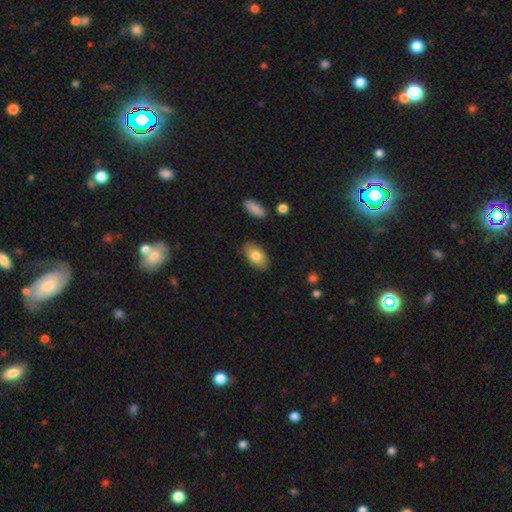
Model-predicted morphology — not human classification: smooth-or-featured: smooth: 80% | featured or disk: 14% | star or artifact: 7%
  how-rounded: in between: 93% | round: 5% | cigar-shaped: 2%
  merging: none: 86% | minor disturbance: 10% | major disturbance: 2% | merger: 2%